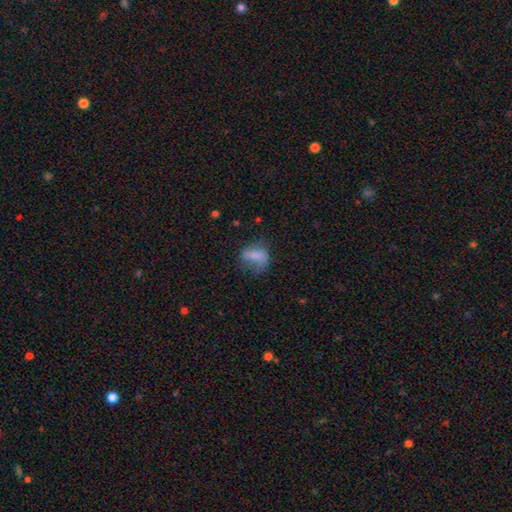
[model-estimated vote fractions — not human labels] smooth_or_featured: smooth (p=0.63) [alt: featured or disk p=0.26]
how_rounded: in between (p=0.70) [alt: round p=0.26]
merging: none (p=0.36) [alt: major disturbance p=0.34]